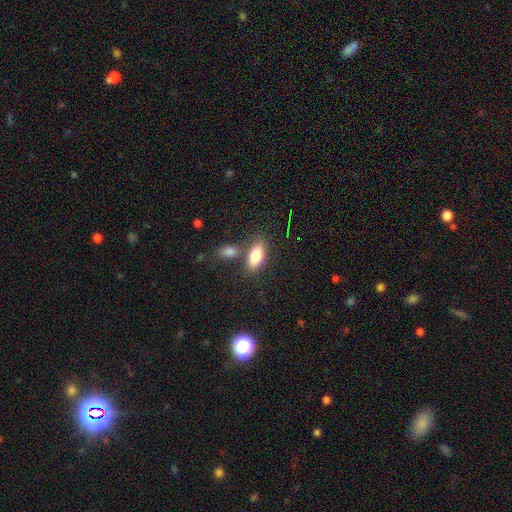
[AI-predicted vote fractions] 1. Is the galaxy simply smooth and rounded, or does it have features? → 80% smooth, 12% featured or disk, 7% star or artifact.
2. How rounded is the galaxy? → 86% in between, 10% cigar-shaped, 4% round.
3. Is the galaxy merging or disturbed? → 68% none, 17% merger, 11% minor disturbance, 4% major disturbance.